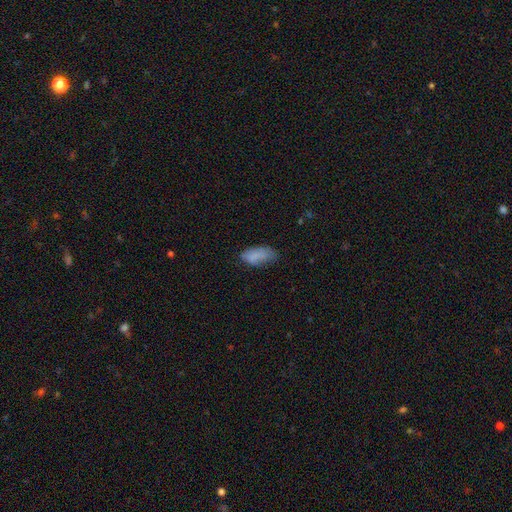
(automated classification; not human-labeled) smooth-or-featured: smooth: 81% | featured or disk: 10% | star or artifact: 9%
  how-rounded: in between: 91% | cigar-shaped: 7% | round: 3%
  merging: none: 51% | minor disturbance: 34% | major disturbance: 12% | merger: 2%